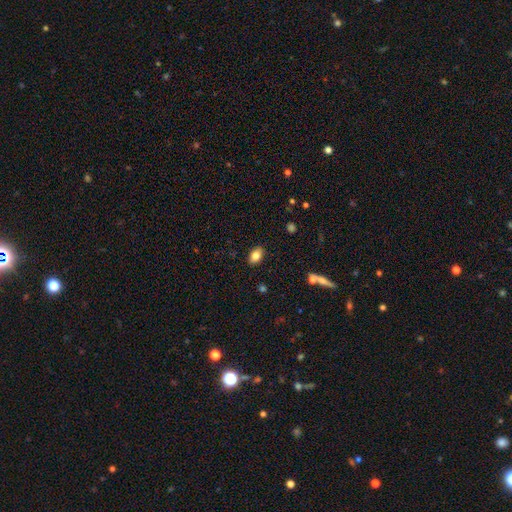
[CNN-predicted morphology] The model was most divided on "smooth or featured": smooth: 83%, featured or disk: 9%, star or artifact: 8%. More confident: merging — none (88%); how rounded — in between (88%).